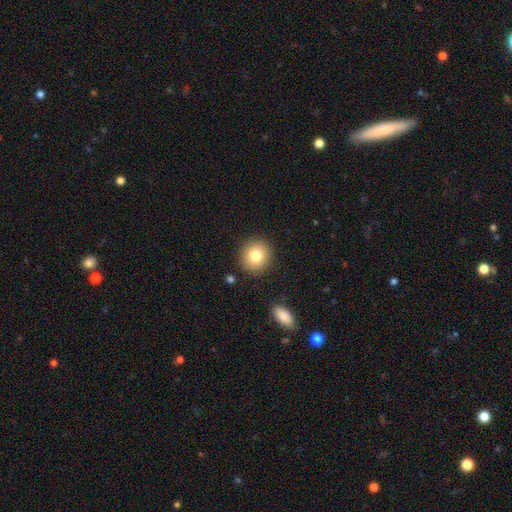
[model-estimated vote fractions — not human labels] Smooth or featured? Predicted: smooth (p=0.80). How rounded? Predicted: round (p=0.89). Merging? Predicted: none (p=0.89).